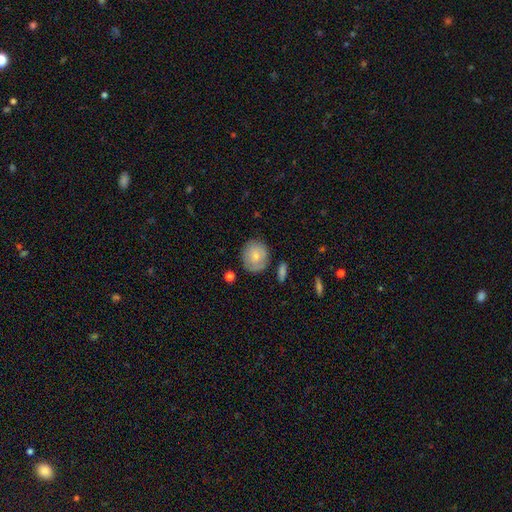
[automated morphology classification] A smooth galaxy with no disk features (73%) that is round (74%). Merging: none (76%).